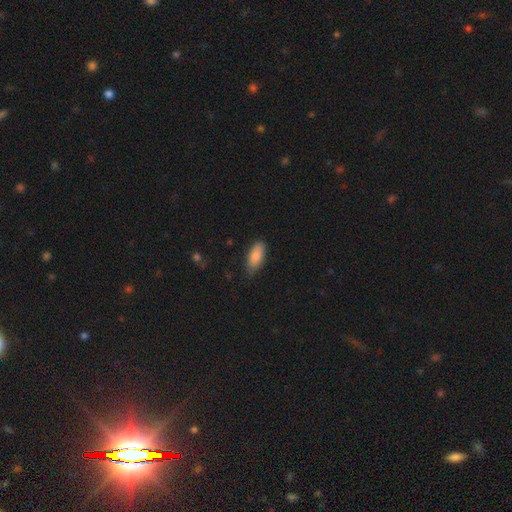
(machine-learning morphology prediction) A smooth galaxy with no disk features (87%) that is in between round and cigar-shaped (84%).

Vote fractions:
- Smooth or featured? smooth: 87% / featured or disk: 7% / star or artifact: 6%
- How rounded? in between: 84% / cigar-shaped: 14% / round: 2%
- Merging? none: 76% / minor disturbance: 20% / major disturbance: 3% / merger: 1%